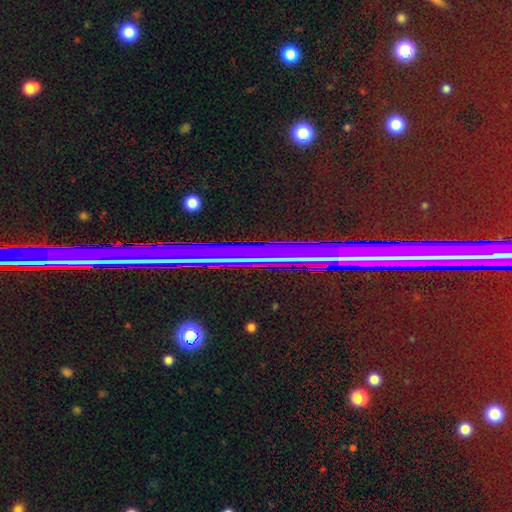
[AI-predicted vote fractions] Smooth or featured? Predicted: star or artifact (p=0.59).